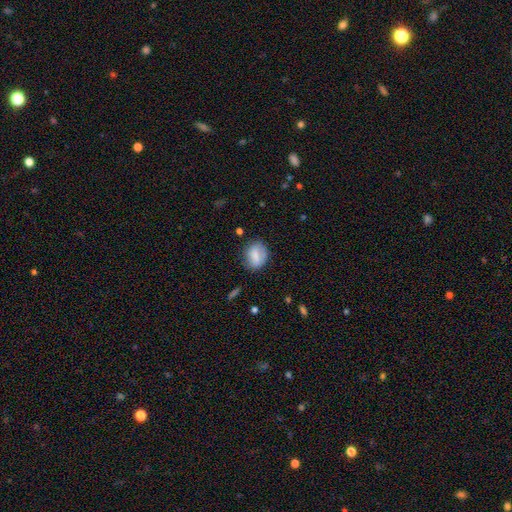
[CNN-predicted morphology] Smooth or featured?
  - smooth: 70% *
  - featured or disk: 22%
  - star or artifact: 8%
How rounded?
  - in between: 63% *
  - round: 34%
  - cigar-shaped: 2%
Merging?
  - none: 72% *
  - minor disturbance: 20%
  - major disturbance: 6%
  - merger: 2%